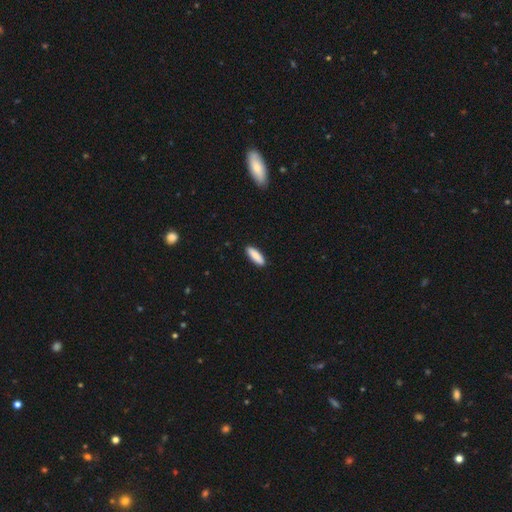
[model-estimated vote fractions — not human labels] smooth-or-featured: smooth: 89% | featured or disk: 6% | star or artifact: 6%
  how-rounded: cigar-shaped: 51% | in between: 47% | round: 2%
  merging: none: 90% | minor disturbance: 7% | major disturbance: 2% | merger: 1%